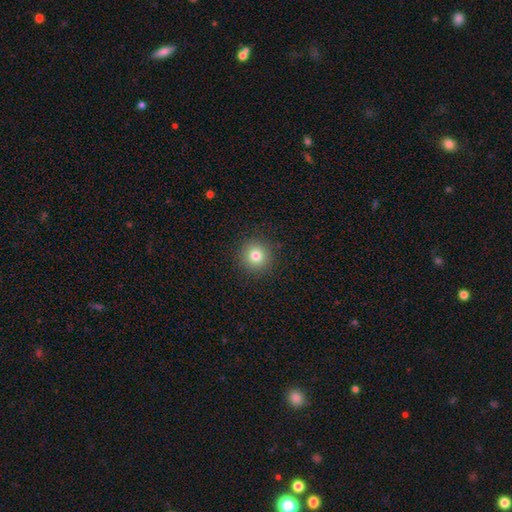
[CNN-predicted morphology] smooth 80%, star or artifact 12%, featured or disk 8%. Down the decision tree: how rounded — round (95%); merging — none (91%).